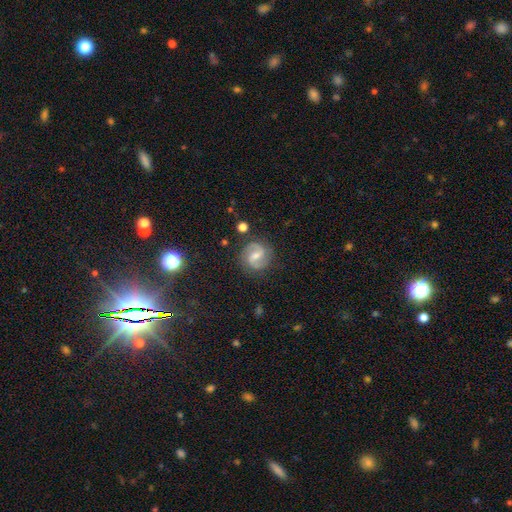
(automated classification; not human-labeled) smooth_or_featured: featured or disk (p=0.79) [alt: smooth p=0.15]
disk_edge_on: no (p=0.98) [alt: yes p=0.02]
bar: weak (p=0.51) [alt: strong p=0.27]
has_spiral_arms: yes (p=0.95) [alt: no p=0.05]
spiral_winding: medium (p=0.52) [alt: loose p=0.26]
spiral_arm_count: 2 (p=0.92) [alt: can't tell p=0.03]
bulge_size: moderate (p=0.49) [alt: small p=0.41]
merging: none (p=0.84) [alt: minor disturbance p=0.11]